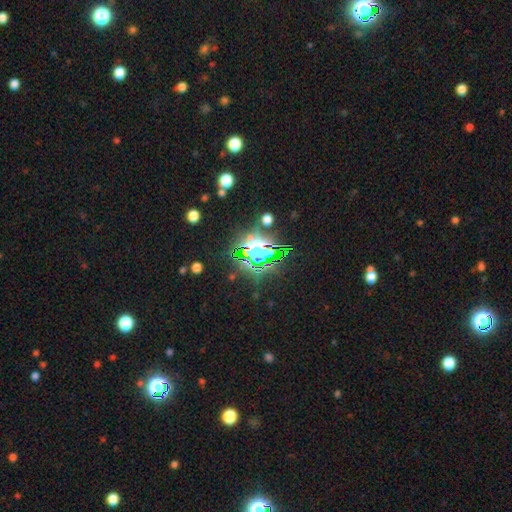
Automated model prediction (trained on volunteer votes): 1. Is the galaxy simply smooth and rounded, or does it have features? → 72% star or artifact, 17% smooth, 11% featured or disk.